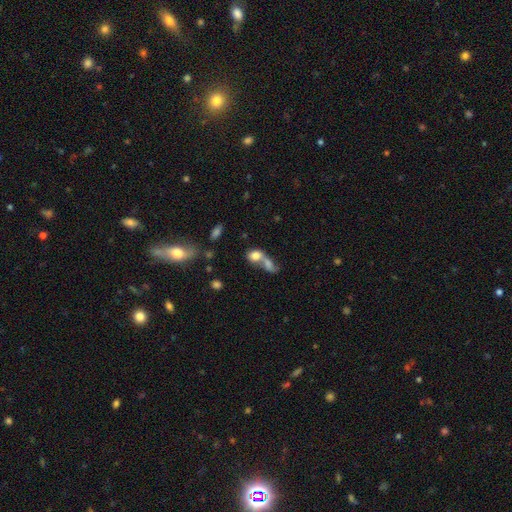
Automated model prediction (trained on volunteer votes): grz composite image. It shows a smooth galaxy with no disk features (72%) that is in between round and cigar-shaped (56%). Merging: merger (69%).